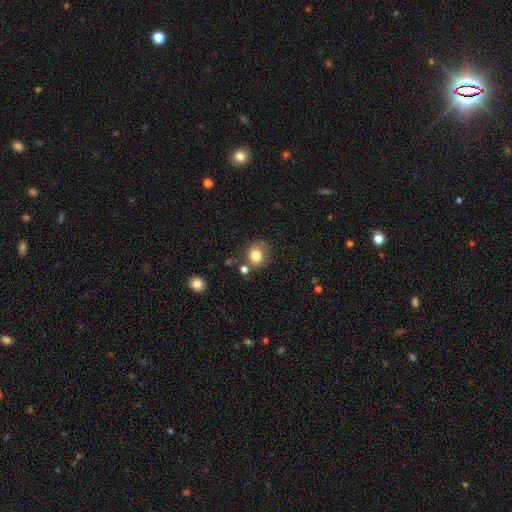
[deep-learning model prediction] A smooth galaxy with no disk features (82%) that is round (74%). Merging: none (68%).